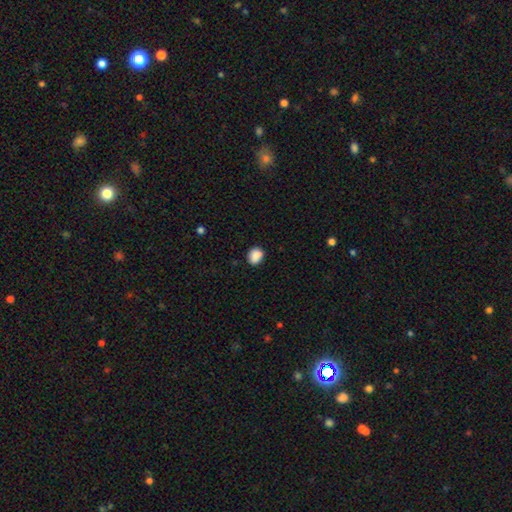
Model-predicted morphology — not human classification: smooth 88%, star or artifact 9%, featured or disk 3%. Down the decision tree: how rounded — round (51%); merging — none (80%).